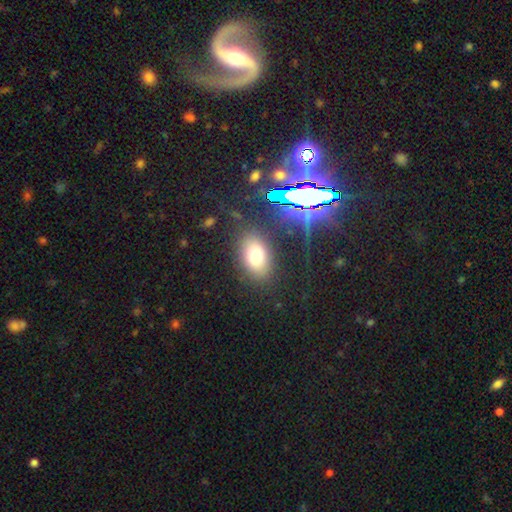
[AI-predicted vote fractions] Overall: smooth (70%). How rounded: in between (83%). Merging: none (83%).